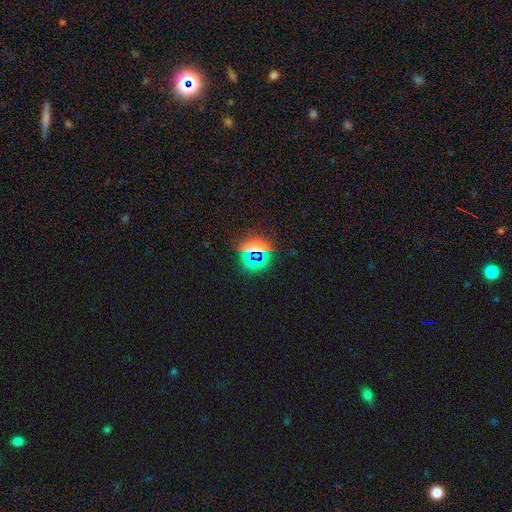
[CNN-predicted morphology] type=star or artifact (67%).